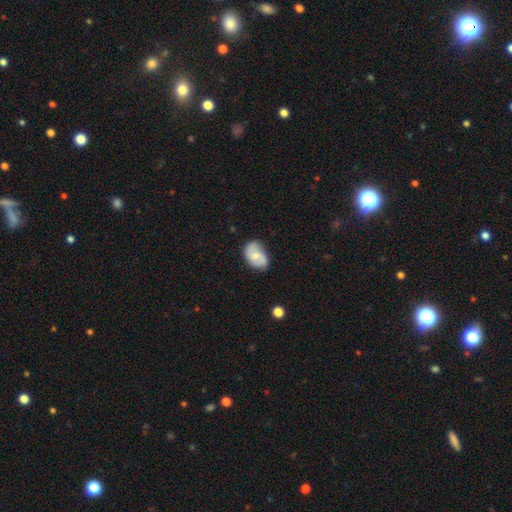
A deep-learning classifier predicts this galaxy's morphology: Overall: featured or disk (58%; smooth 36%). Edge-on disk: no (97%). Bar: no (53%; weak 40%). Spiral arms: yes (87%). Bulge size: moderate (53%; small 39%). Merging: none (64%; minor disturbance 27%).